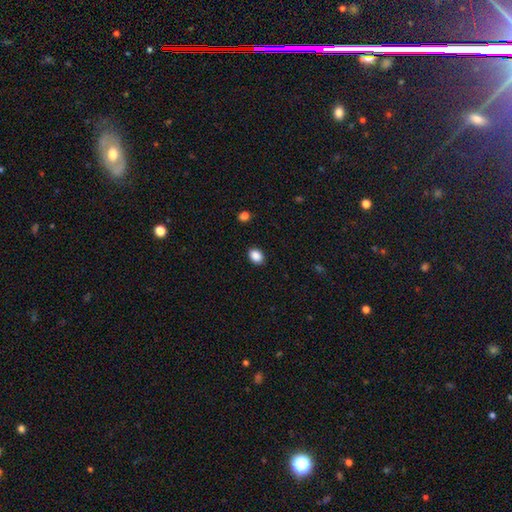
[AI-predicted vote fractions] Smooth or featured: smooth — 89% (star or artifact — 9%)
How rounded: in between — 68% (round — 31%)
Merging: none — 88% (minor disturbance — 9%)